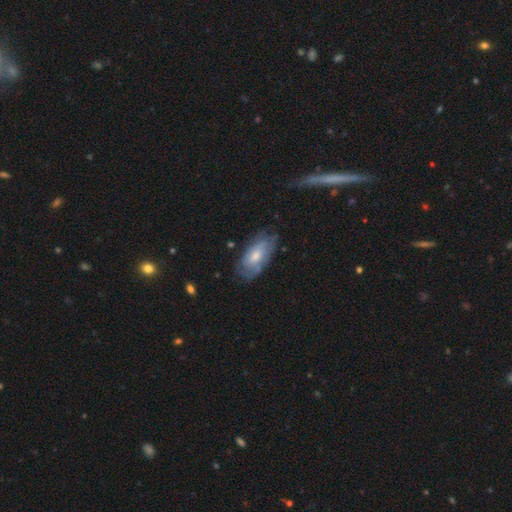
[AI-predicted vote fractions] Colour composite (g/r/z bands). It shows a featured or disk galaxy (52%). Merging: none (65%).